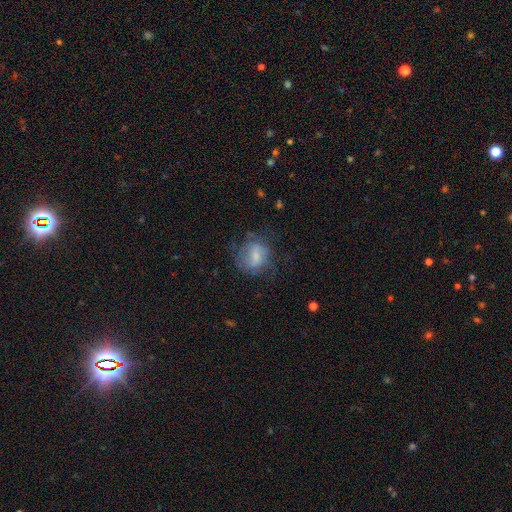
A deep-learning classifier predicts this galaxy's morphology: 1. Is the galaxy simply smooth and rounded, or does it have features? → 56% smooth, 34% featured or disk, 10% star or artifact.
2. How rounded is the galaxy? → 64% round, 34% in between, 1% cigar-shaped.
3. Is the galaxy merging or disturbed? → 52% none, 25% minor disturbance, 21% major disturbance, 2% merger.